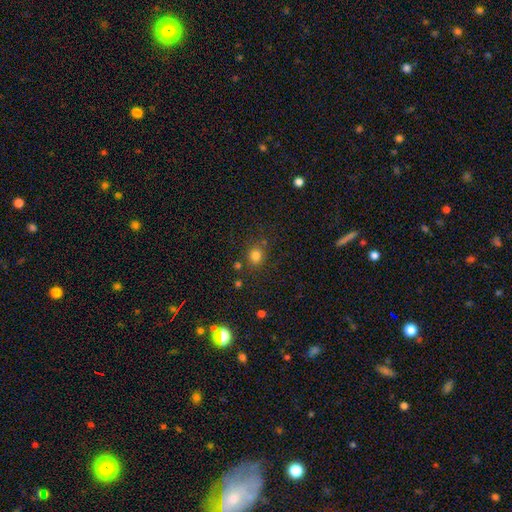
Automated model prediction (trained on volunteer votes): This is likely a smooth galaxy (78%). How rounded: likely round (78%). Merging: likely none (76%).